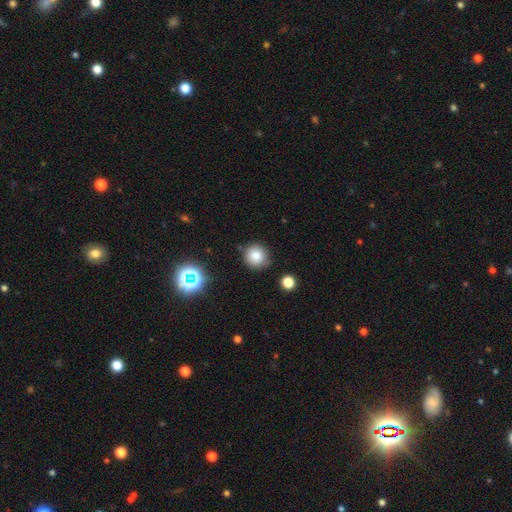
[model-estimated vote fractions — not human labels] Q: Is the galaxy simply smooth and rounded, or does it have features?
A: smooth — 81%.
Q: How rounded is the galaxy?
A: round — 93%.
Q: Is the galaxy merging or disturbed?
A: none — 84%.